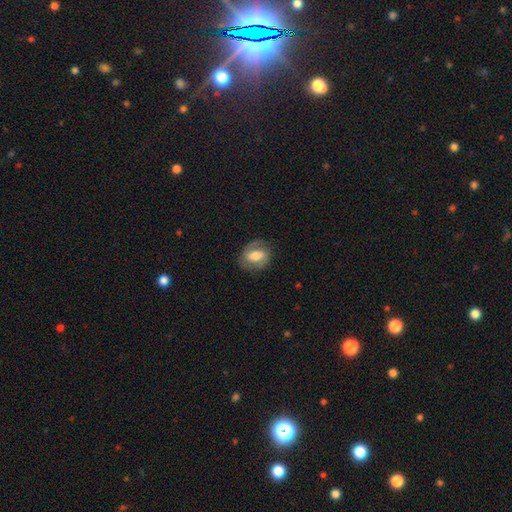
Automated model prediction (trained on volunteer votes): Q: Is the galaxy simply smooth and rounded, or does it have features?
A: featured or disk — 61%.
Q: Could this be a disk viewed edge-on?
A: no — 96%.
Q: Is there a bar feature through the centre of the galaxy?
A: weak — 42%.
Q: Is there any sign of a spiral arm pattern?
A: yes — 81%.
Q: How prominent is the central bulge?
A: moderate — 56%.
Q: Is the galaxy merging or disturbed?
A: none — 78%.